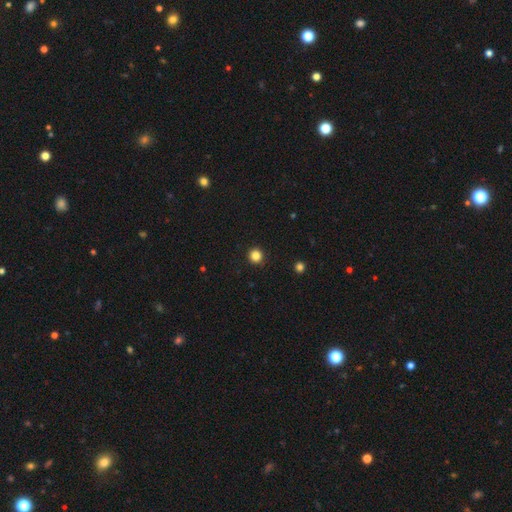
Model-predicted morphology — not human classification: Smooth or featured? Predicted: smooth (p=0.84). How rounded? Predicted: round (p=0.95). Merging? Predicted: none (p=0.93).